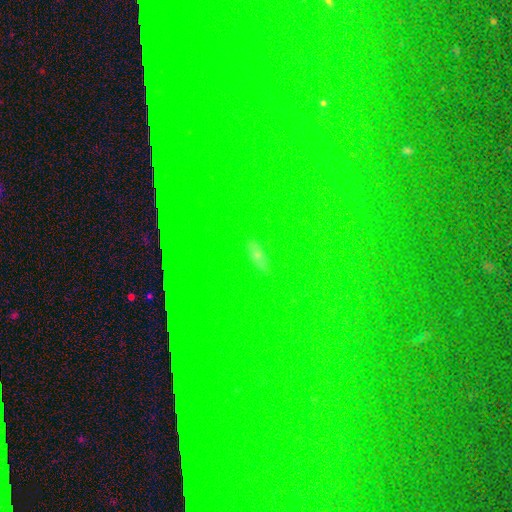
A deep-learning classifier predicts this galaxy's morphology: This appears to be a star or artifact, not a galaxy (78%).